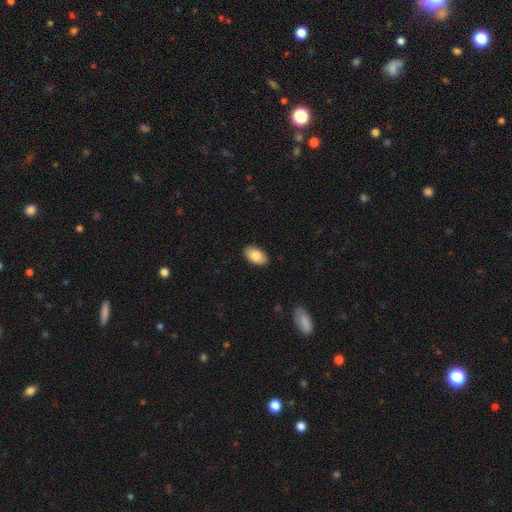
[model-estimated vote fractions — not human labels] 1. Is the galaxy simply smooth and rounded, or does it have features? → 84% smooth, 10% featured or disk, 6% star or artifact.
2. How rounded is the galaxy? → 94% in between, 4% round, 1% cigar-shaped.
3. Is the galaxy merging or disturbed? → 88% none, 9% minor disturbance, 2% major disturbance, 1% merger.